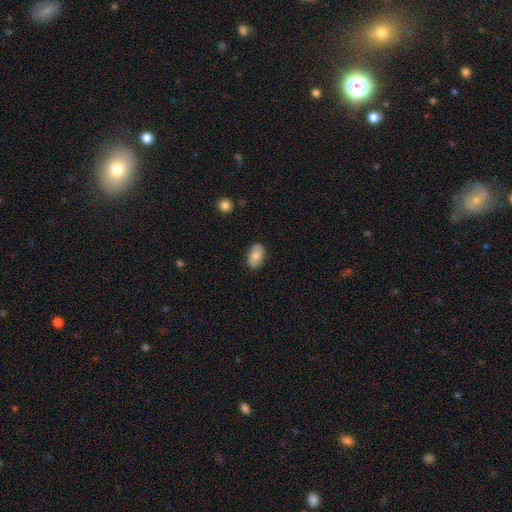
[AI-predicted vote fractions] Overall: smooth (74%). How rounded: in between (92%). Merging: none (84%).